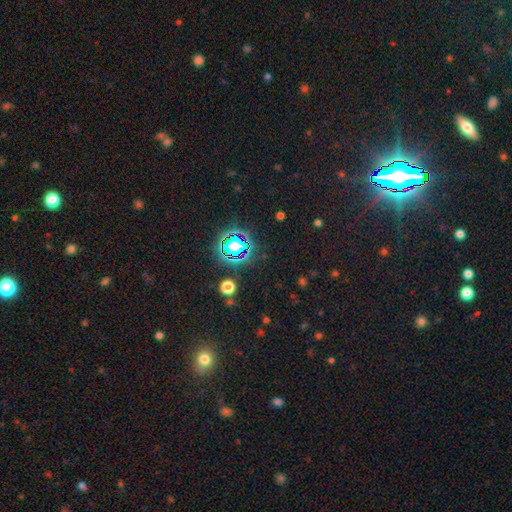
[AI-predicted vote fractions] The model was most divided on "smooth or featured": star or artifact: 77%, smooth: 16%, featured or disk: 8%.